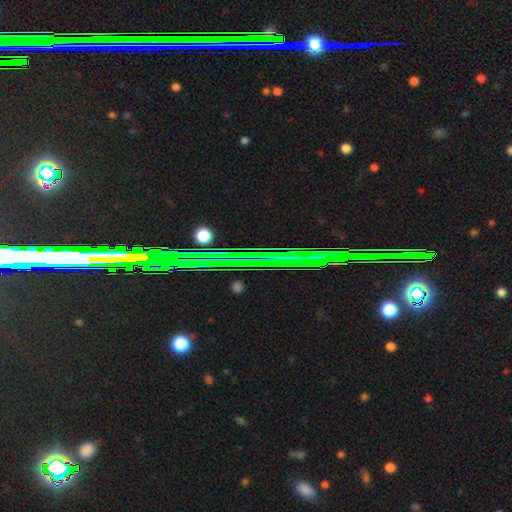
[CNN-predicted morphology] Smooth or featured: star or artifact — 80% (featured or disk — 12%)